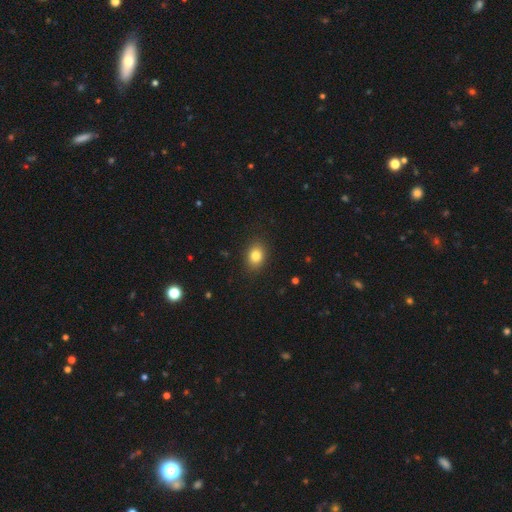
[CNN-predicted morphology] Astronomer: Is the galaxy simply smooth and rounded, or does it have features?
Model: smooth — 82%.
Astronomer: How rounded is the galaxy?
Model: in between — 57% (runner-up: round, 42%).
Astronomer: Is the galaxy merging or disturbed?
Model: none — 88%.